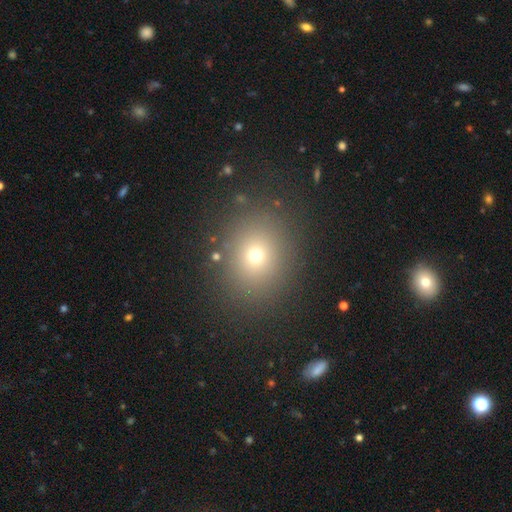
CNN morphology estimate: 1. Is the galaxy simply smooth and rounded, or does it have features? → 68% smooth, 21% star or artifact, 10% featured or disk.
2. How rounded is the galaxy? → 71% round, 28% in between, 1% cigar-shaped.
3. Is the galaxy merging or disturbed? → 86% none, 8% minor disturbance, 4% major disturbance, 2% merger.